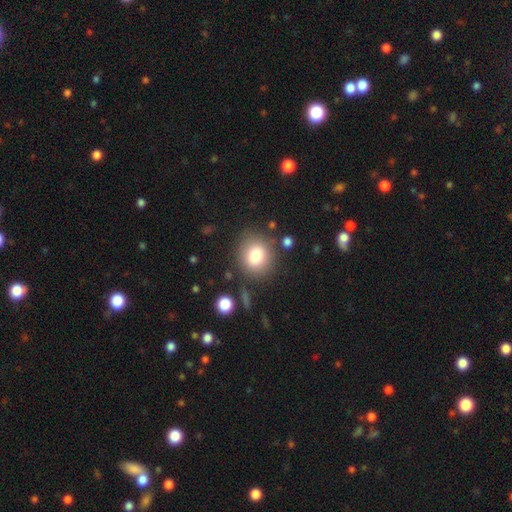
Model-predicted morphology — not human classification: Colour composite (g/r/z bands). It shows a smooth galaxy with no disk features (79%) that is round (79%). Merging: none (81%).